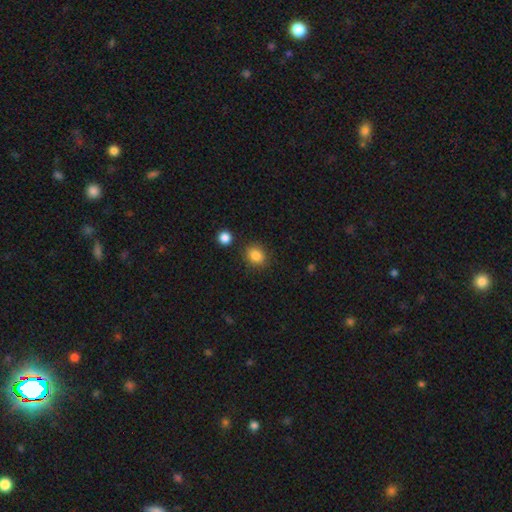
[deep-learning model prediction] Smooth or featured? Predicted: smooth (p=0.85). How rounded? Predicted: round (p=0.62). Merging? Predicted: none (p=0.85).